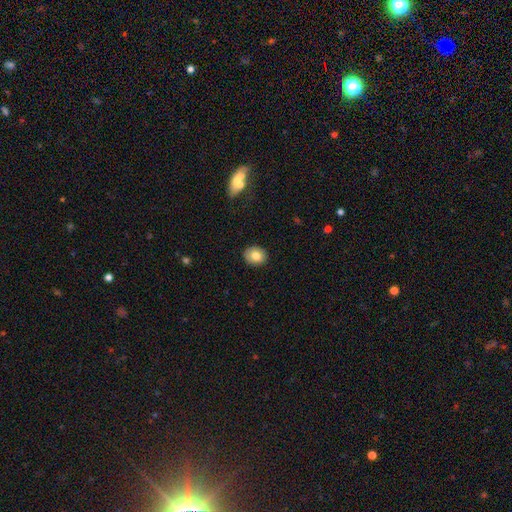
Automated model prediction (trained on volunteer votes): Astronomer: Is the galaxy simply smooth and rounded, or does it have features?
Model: smooth — 79%.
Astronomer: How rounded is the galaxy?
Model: round — 62% (runner-up: in between, 37%).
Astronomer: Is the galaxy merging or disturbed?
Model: none — 89%.